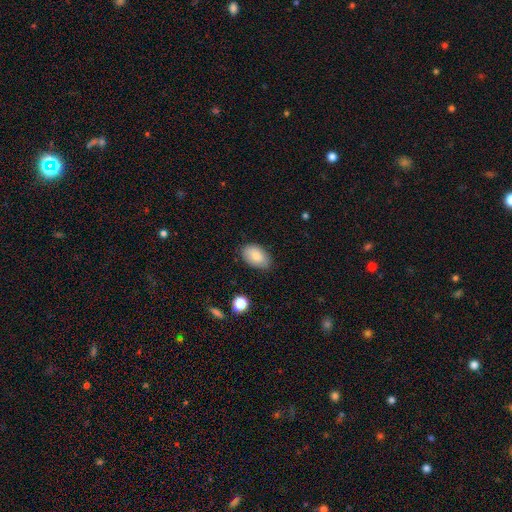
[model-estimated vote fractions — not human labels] This appears to be a smooth galaxy with no disk features (83%) that is in between round and cigar-shaped (90%). Merging: none (78%).